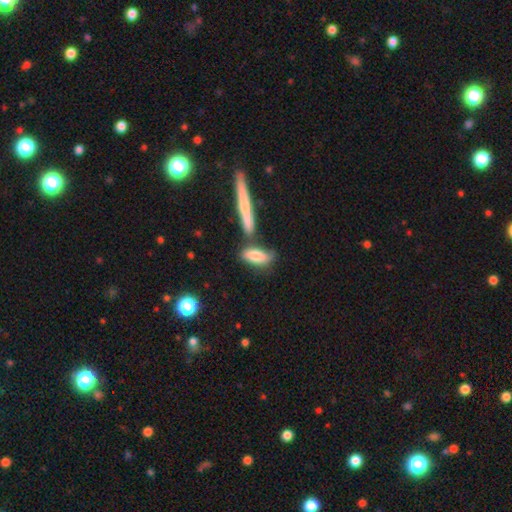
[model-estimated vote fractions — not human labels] The model was most divided on "how rounded": in between: 59%, cigar-shaped: 37%, round: 3%. More confident: smooth or featured — smooth (74%); merging — none (53%).